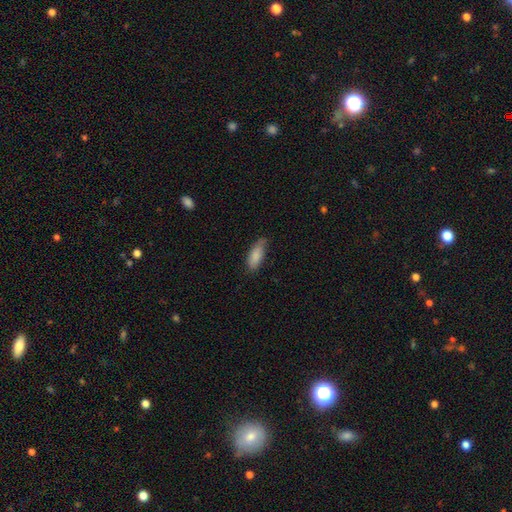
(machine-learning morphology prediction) This appears to be a smooth galaxy with no disk features (85%) that is in between round and cigar-shaped (76%). Merging: none (64%).